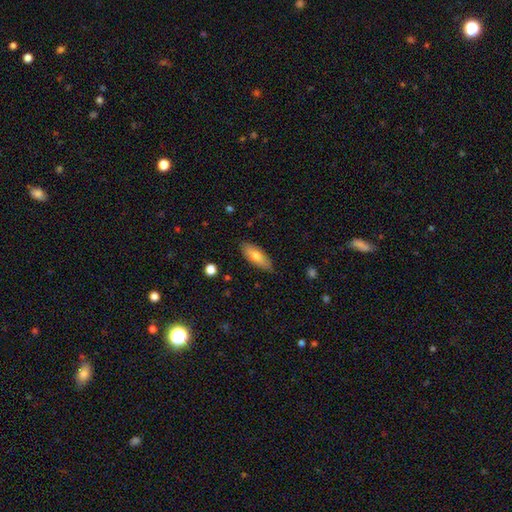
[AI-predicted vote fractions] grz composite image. It shows a smooth galaxy with no disk features (73%) that is in between round and cigar-shaped (70%). Merging: none (84%).